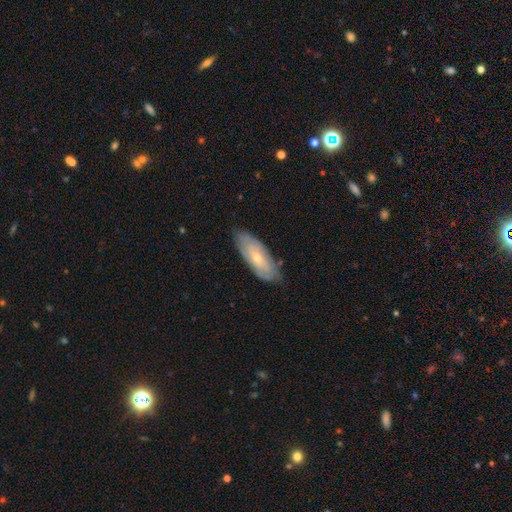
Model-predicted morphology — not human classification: Overall: featured or disk (51%; smooth 42%). Edge-on disk: no (79%). Merging: none (80%).